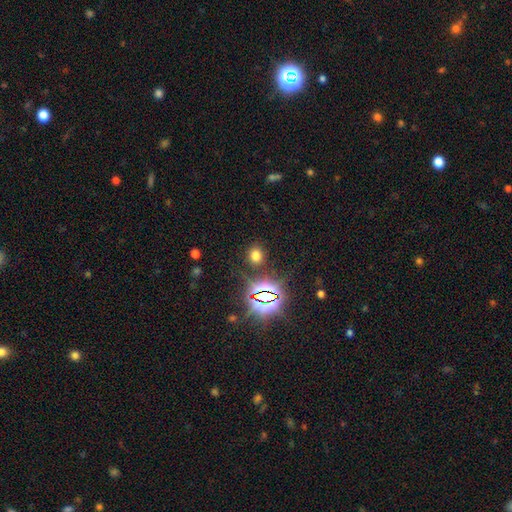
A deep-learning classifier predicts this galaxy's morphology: The model was most divided on "how rounded": round: 66%, in between: 32%, cigar-shaped: 1%. More confident: merging — none (86%); smooth or featured — smooth (64%).